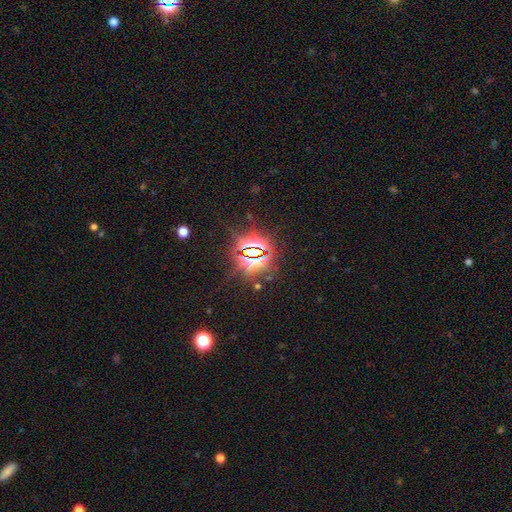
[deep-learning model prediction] Smooth or featured: star or artifact — 82% (smooth — 11%)